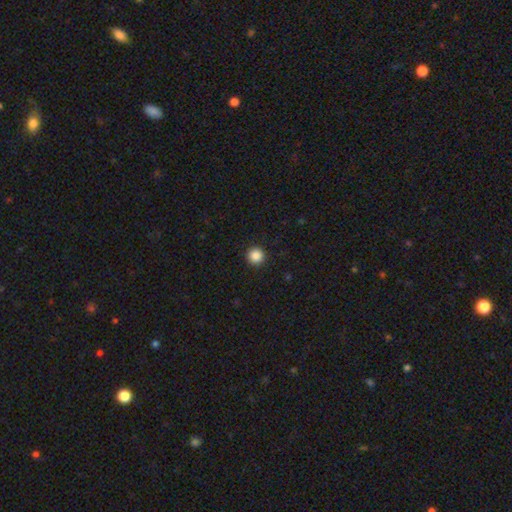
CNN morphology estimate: Smooth or featured? Predicted: smooth (p=0.87). How rounded? Predicted: round (p=0.96). Merging? Predicted: none (p=0.93).